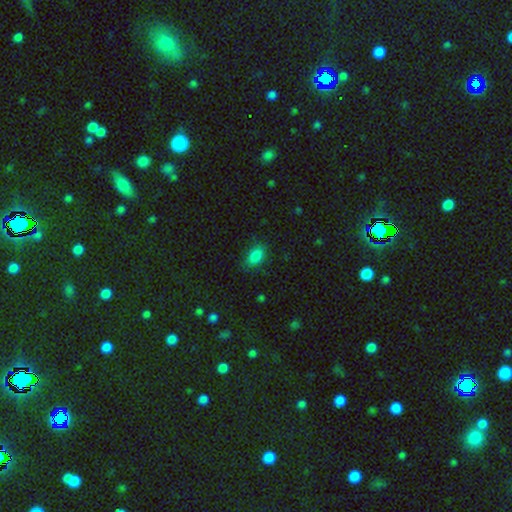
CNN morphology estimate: smooth 85%, star or artifact 10%, featured or disk 5%. Down the decision tree: how rounded — in between (85%); merging — none (75%).